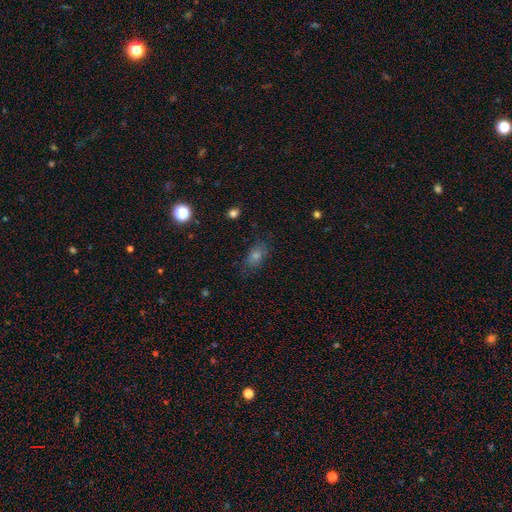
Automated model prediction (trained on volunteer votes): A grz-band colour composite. It shows a smooth galaxy with no disk features (60%) that is in between round and cigar-shaped (74%). Merging: none (77%).